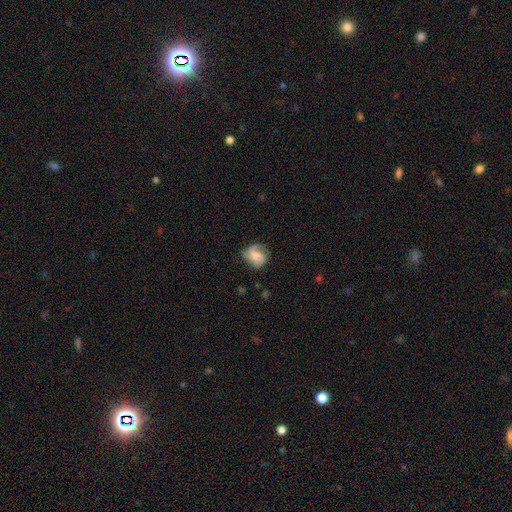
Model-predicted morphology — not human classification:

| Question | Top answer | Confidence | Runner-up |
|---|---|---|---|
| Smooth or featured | featured or disk | 52% | smooth (40%) |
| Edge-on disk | no | 97% | yes (3%) |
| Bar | no | 43% | weak (42%) |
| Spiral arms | yes | 87% | no (13%) |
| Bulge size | moderate | 42% | small (28%) |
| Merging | none | 66% | minor disturbance (22%) |